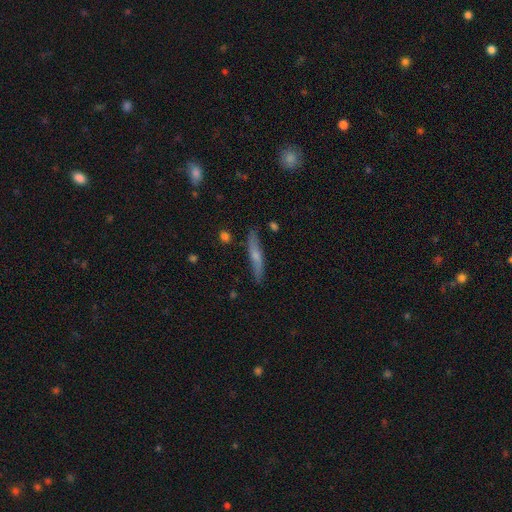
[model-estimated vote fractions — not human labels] smooth_or_featured: featured or disk (p=0.50) [alt: smooth p=0.44]
merging: none (p=0.83) [alt: minor disturbance p=0.13]